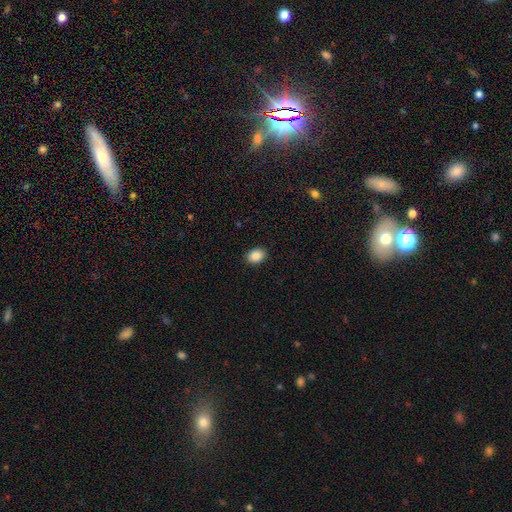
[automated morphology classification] The model was most divided on "how rounded": in between: 70%, round: 29%, cigar-shaped: 1%. More confident: merging — none (89%); smooth or featured — smooth (87%).